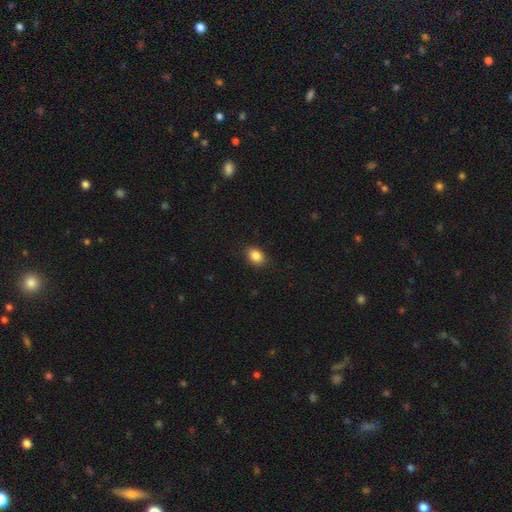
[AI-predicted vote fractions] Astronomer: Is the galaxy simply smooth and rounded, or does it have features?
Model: smooth — 86%.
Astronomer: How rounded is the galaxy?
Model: in between — 69%.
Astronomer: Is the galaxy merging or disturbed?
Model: none — 88%.